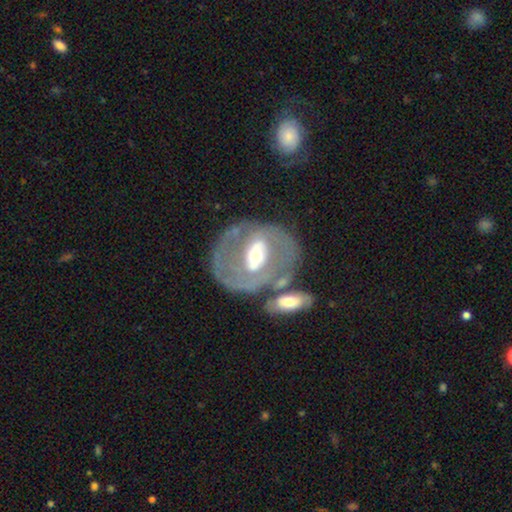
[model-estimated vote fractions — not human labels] Smooth or featured? Predicted: featured or disk (p=0.76). Edge-on disk? Predicted: no (p=0.94). Bar? Predicted: weak (p=0.39). Spiral arms? Predicted: yes (p=0.58). Bulge size? Predicted: moderate (p=0.66). Merging? Predicted: none (p=0.56).